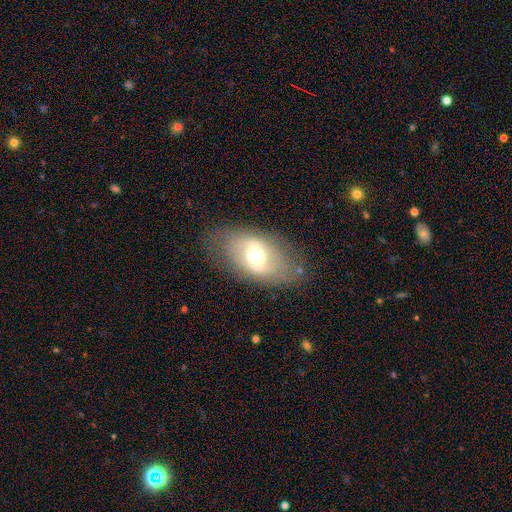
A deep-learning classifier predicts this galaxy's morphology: This appears to be a featured or disk galaxy (53%). Merging: none (75%).